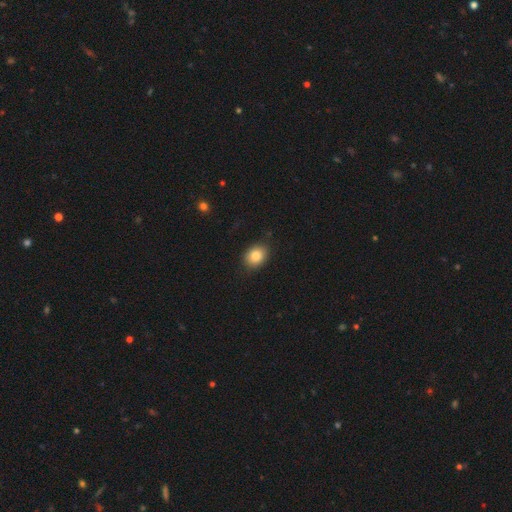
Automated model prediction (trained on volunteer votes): A smooth galaxy with no disk features (84%) that is in between round and cigar-shaped (58%). Merging: none (85%).